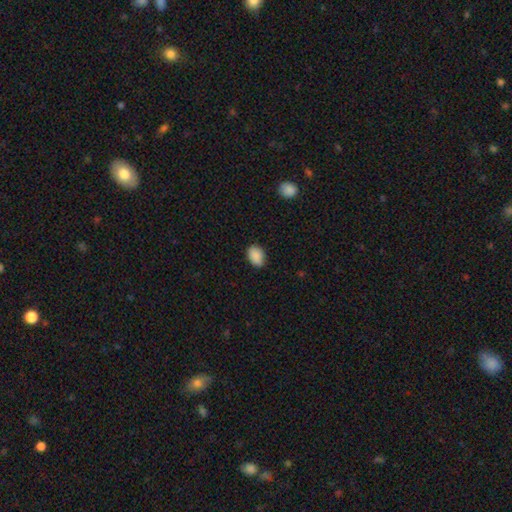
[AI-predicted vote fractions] A smooth galaxy with no disk features (89%) that is in between round and cigar-shaped (80%).

Vote fractions:
- Smooth or featured? smooth: 89% / star or artifact: 7% / featured or disk: 4%
- How rounded? in between: 80% / round: 19% / cigar-shaped: 1%
- Merging? none: 79% / minor disturbance: 17% / major disturbance: 3% / merger: 1%